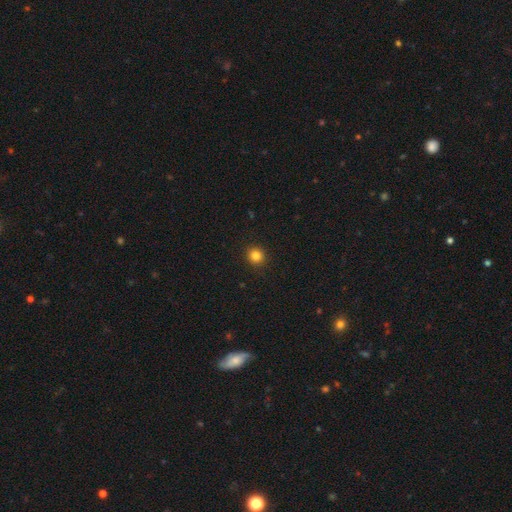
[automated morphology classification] Smooth or featured? Predicted: smooth (p=0.84). How rounded? Predicted: round (p=0.91). Merging? Predicted: none (p=0.92).